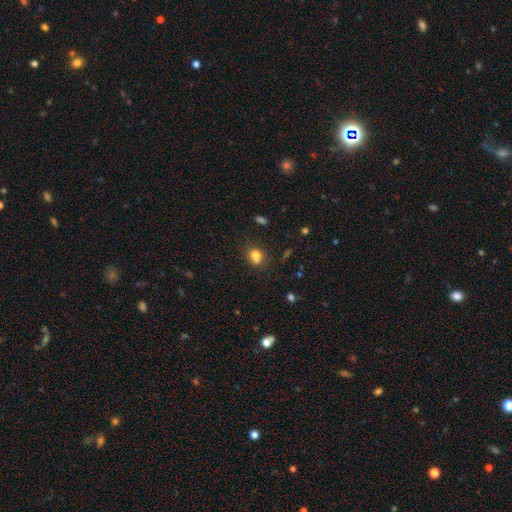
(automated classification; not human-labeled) Smooth or featured: smooth — 76% (star or artifact — 13%)
How rounded: round — 59% (in between — 39%)
Merging: none — 47% (merger — 31%)